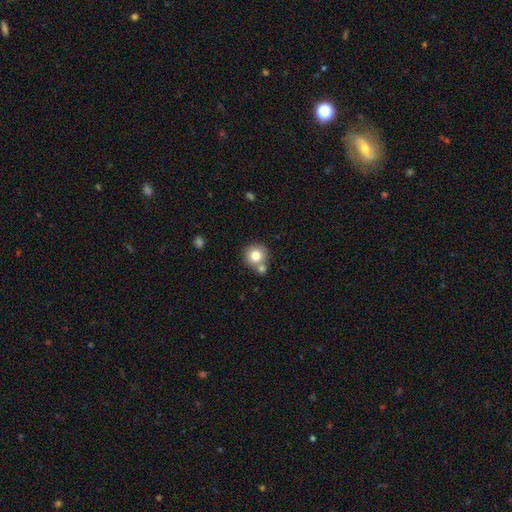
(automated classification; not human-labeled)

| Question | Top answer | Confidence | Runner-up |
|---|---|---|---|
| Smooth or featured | smooth | 78% | featured or disk (12%) |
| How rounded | round | 91% | in between (8%) |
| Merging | none | 62% | merger (27%) |